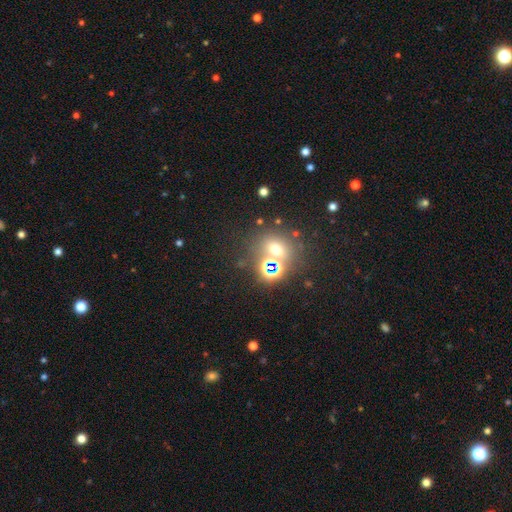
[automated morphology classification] This is possibly a star or artifact rather than a galaxy (51%).